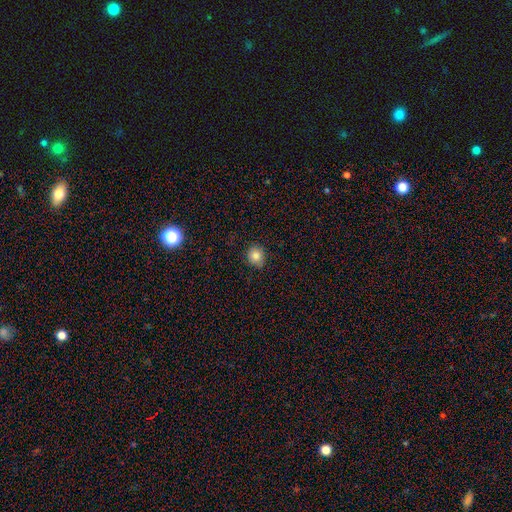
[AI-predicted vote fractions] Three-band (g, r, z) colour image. It shows a smooth galaxy with no disk features (82%) that is round (84%). Merging: none (86%).